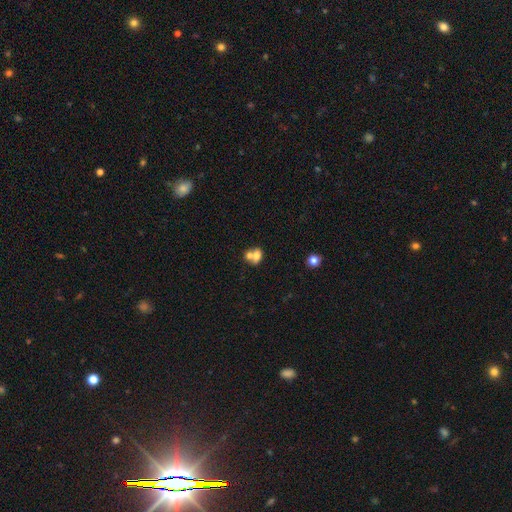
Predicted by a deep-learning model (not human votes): Smooth or featured?
  - smooth: 68% *
  - featured or disk: 22%
  - star or artifact: 10%
How rounded?
  - in between: 58% *
  - round: 40%
  - cigar-shaped: 2%
Merging?
  - merger: 64% *
  - none: 24%
  - minor disturbance: 7%
  - major disturbance: 4%